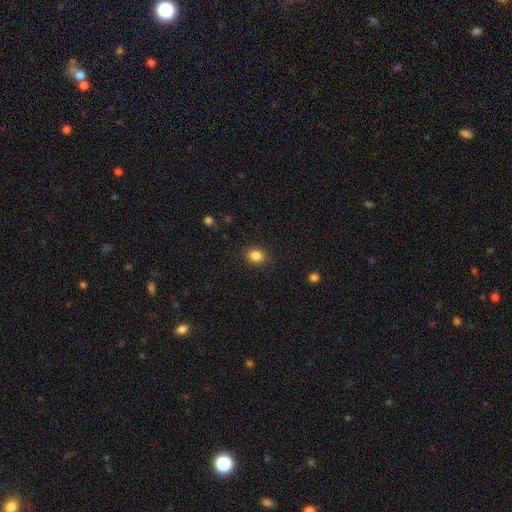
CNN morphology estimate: type=smooth (85%); roundness=round (58%); merging=none (88%).